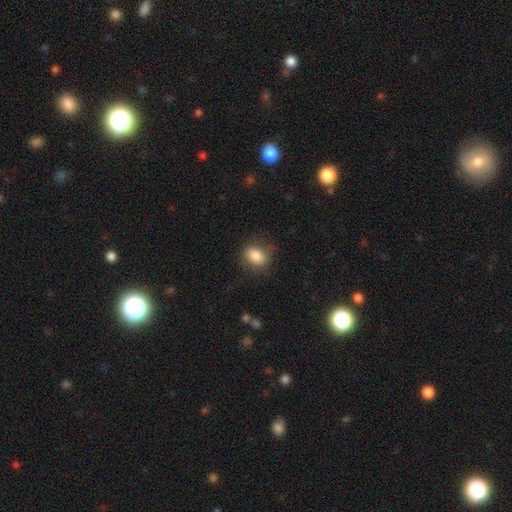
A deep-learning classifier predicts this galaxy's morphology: Smooth or featured? Predicted: smooth (p=0.84). How rounded? Predicted: in between (p=0.58). Merging? Predicted: none (p=0.73).